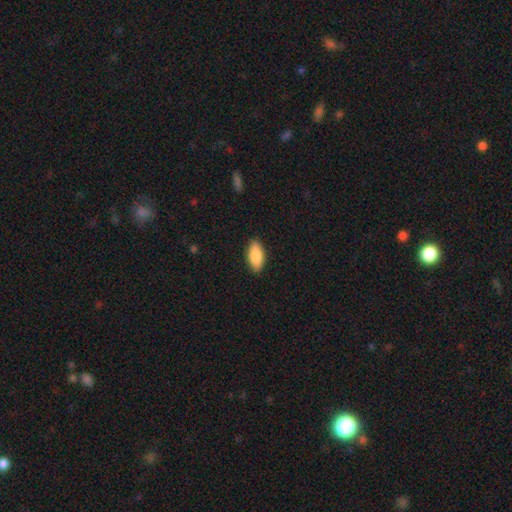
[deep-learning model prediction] This appears to be a smooth galaxy with no disk features (85%) that is in between round and cigar-shaped (86%). Merging: none (89%).